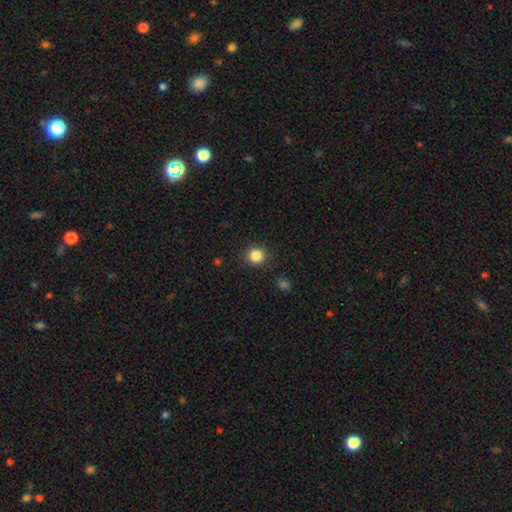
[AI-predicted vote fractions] This appears to be a smooth galaxy with no disk features (85%) that is round (92%). Merging: none (90%).